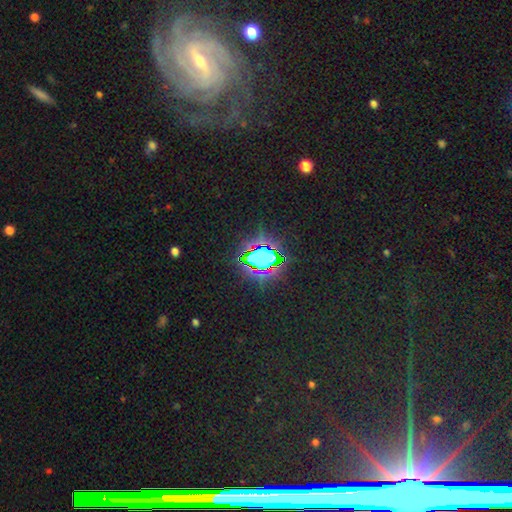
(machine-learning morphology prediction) Q: Smooth or featured?
A: star or artifact (71%); runner-up: smooth (19%)